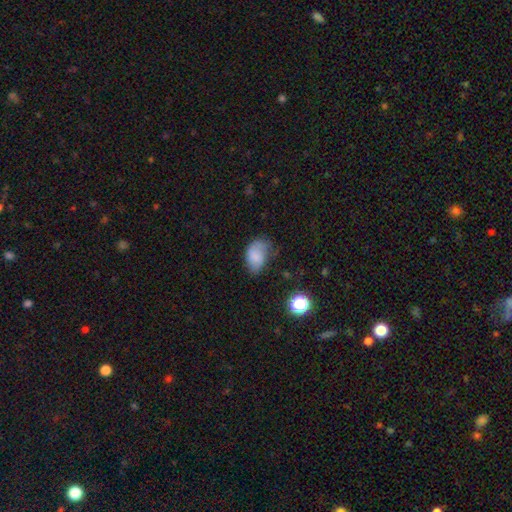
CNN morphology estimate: This is likely a smooth galaxy (75%). How rounded: clearly in between (86%). Merging: marginally none (42%).